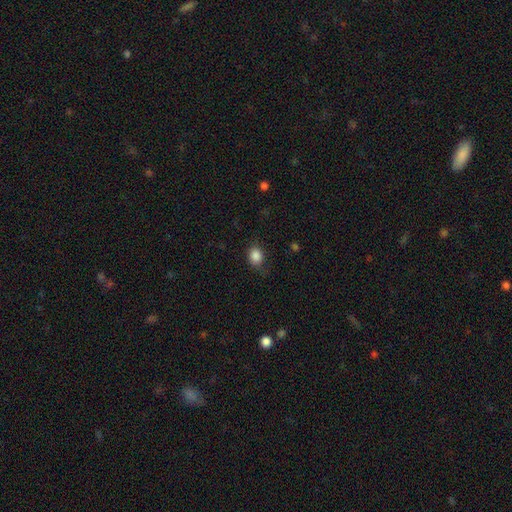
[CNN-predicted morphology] Overall: smooth (86%). How rounded: round (58%; in between 41%). Merging: none (73%).